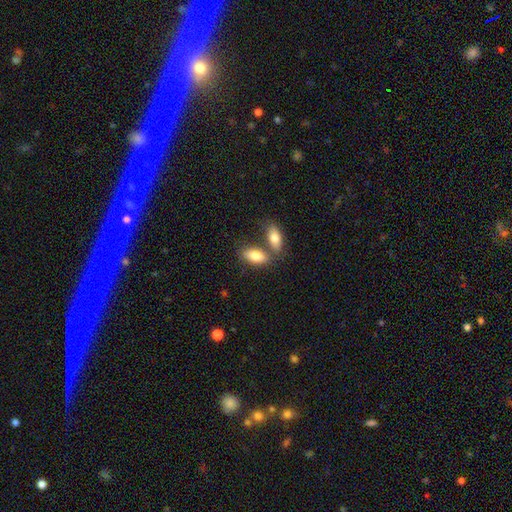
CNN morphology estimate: Smooth or featured? Predicted: smooth (p=0.82). How rounded? Predicted: in between (p=0.90). Merging? Predicted: none (p=0.48).